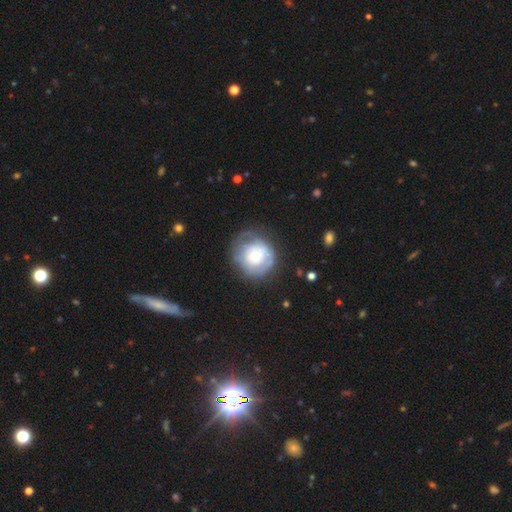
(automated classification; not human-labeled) Smooth or featured? featured or disk (49%)
Merging? none (59%)